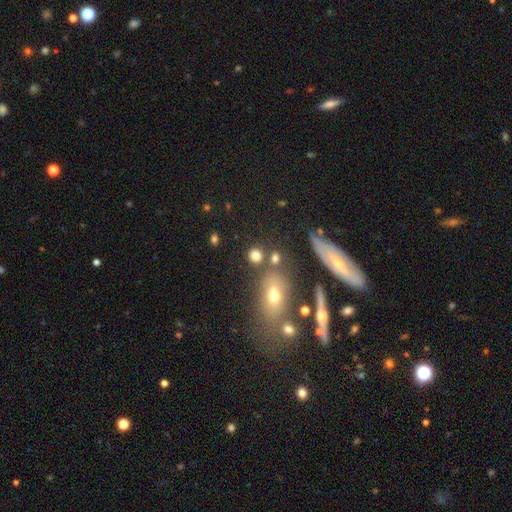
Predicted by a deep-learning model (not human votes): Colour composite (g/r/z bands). It shows a smooth galaxy with no disk features (77%) that is round (80%). Merging: none (72%).